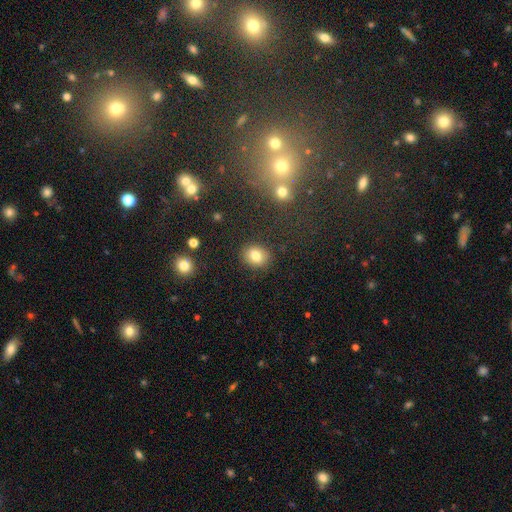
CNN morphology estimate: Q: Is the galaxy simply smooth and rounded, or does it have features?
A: smooth — 81%.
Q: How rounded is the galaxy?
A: round — 57%.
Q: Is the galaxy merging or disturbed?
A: none — 88%.